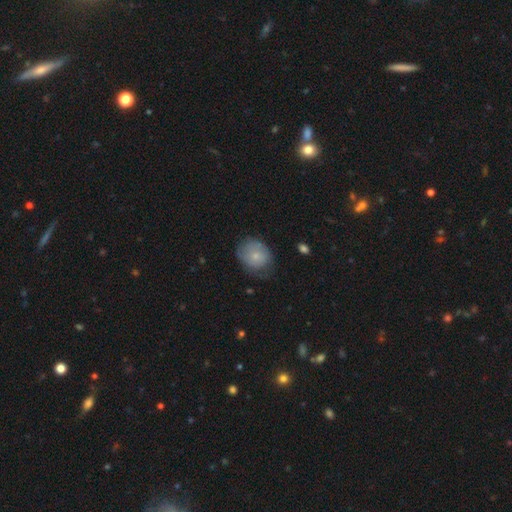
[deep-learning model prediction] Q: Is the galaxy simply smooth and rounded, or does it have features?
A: smooth — 70%.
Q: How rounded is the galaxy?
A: round — 63%.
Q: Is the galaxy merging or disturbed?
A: none — 57%.